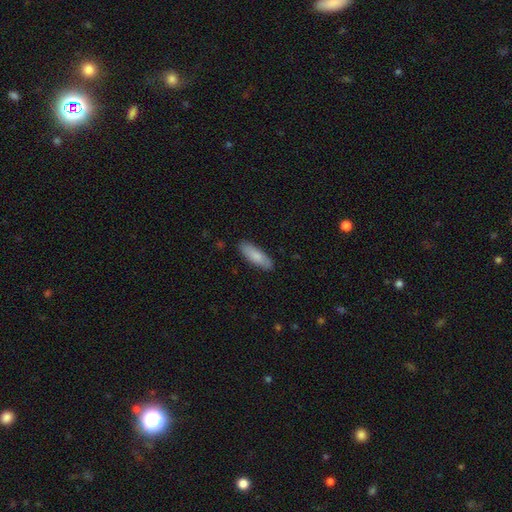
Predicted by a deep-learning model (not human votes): A smooth galaxy with no disk features (84%) that is in between round and cigar-shaped (52%).

Vote fractions:
- Smooth or featured? smooth: 84% / featured or disk: 11% / star or artifact: 5%
- How rounded? in between: 52% / cigar-shaped: 46% / round: 2%
- Merging? none: 88% / minor disturbance: 9% / major disturbance: 2% / merger: 1%